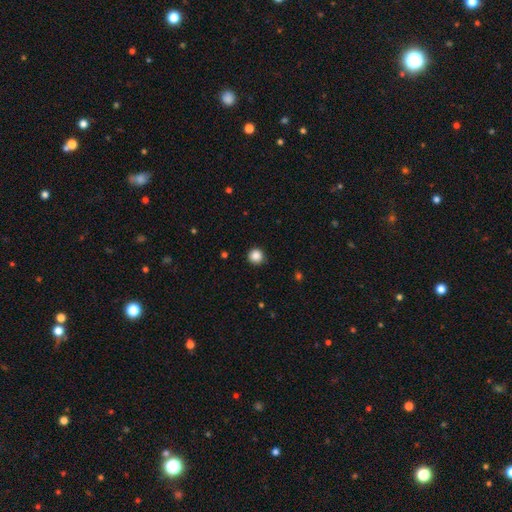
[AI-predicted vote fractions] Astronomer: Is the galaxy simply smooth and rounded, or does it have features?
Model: smooth — 86%.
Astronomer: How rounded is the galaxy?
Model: round — 94%.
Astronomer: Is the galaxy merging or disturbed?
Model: none — 90%.